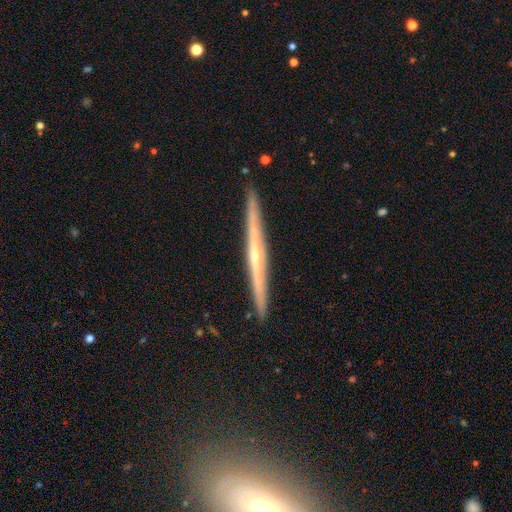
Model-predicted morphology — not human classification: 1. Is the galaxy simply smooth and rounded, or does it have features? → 75% featured or disk, 19% smooth, 6% star or artifact.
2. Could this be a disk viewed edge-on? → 98% yes, 2% no.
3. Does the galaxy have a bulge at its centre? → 48% rounded, 47% none, 5% boxy.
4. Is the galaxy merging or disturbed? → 91% none, 6% minor disturbance, 1% major disturbance, 1% merger.